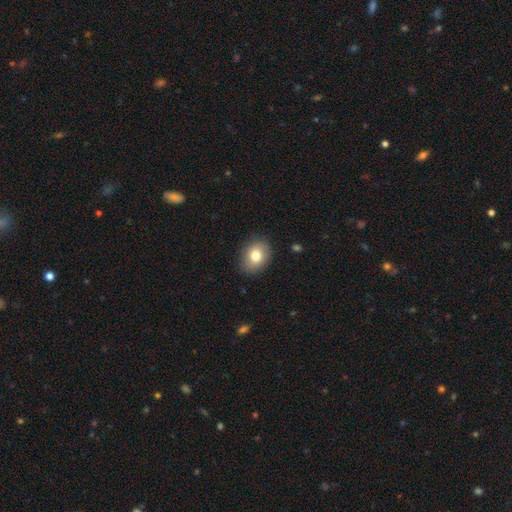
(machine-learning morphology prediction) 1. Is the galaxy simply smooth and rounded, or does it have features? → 79% smooth, 12% featured or disk, 9% star or artifact.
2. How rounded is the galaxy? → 55% in between, 44% round, 1% cigar-shaped.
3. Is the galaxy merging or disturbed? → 85% none, 11% minor disturbance, 3% major disturbance, 1% merger.